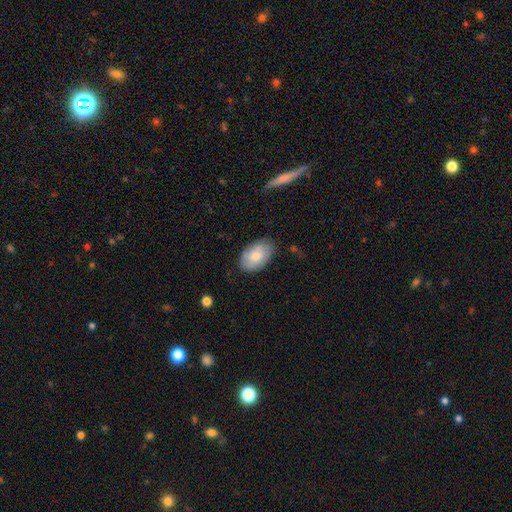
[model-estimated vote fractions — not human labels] A smooth galaxy with no disk features (77%) that is in between round and cigar-shaped (91%).

Vote fractions:
- Smooth or featured? smooth: 77% / featured or disk: 17% / star or artifact: 6%
- How rounded? in between: 91% / round: 7% / cigar-shaped: 1%
- Merging? none: 80% / minor disturbance: 15% / major disturbance: 3% / merger: 1%